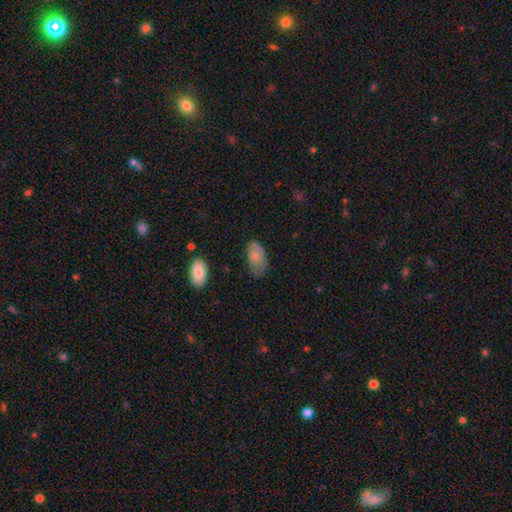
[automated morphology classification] This appears to be a smooth galaxy with no disk features (77%) that is in between round and cigar-shaped (94%). Merging: none (58%).